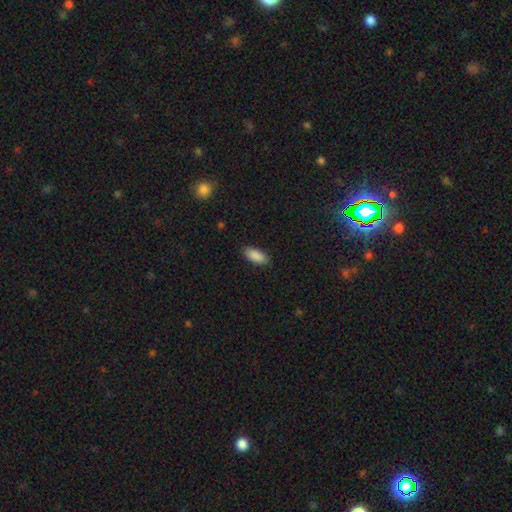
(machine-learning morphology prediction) A smooth galaxy with no disk features (90%) that is in between round and cigar-shaped (89%).

Vote fractions:
- Smooth or featured? smooth: 90% / star or artifact: 6% / featured or disk: 4%
- How rounded? in between: 89% / cigar-shaped: 10% / round: 2%
- Merging? none: 88% / minor disturbance: 9% / major disturbance: 2% / merger: 1%